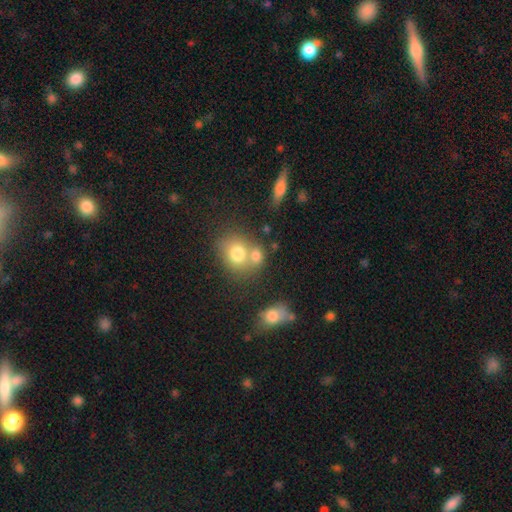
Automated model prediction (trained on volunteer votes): Morphology: type=smooth (75%); roundness=round (56%); merging=merger (44%).